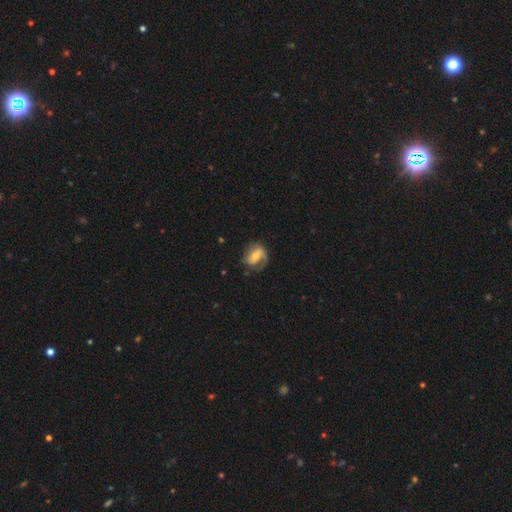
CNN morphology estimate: Overall: featured or disk (61%; smooth 32%). Edge-on disk: no (96%). Bar: weak (40%; no 31%). Spiral arms: yes (82%). Bulge size: moderate (49%; small 39%). Merging: none (56%; minor disturbance 24%).